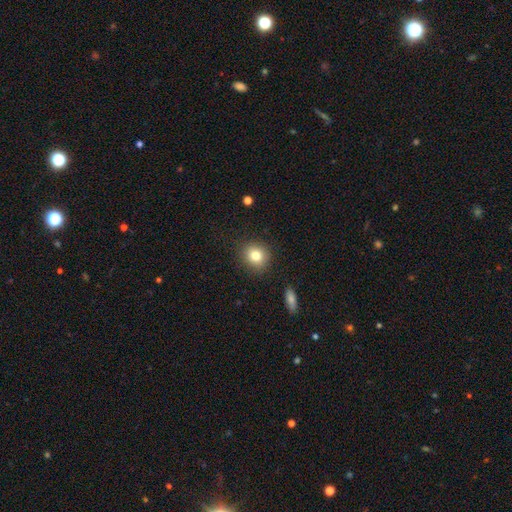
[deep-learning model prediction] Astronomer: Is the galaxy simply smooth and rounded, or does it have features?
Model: smooth — 81%.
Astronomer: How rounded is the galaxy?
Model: round — 83%.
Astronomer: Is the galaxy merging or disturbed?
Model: none — 87%.